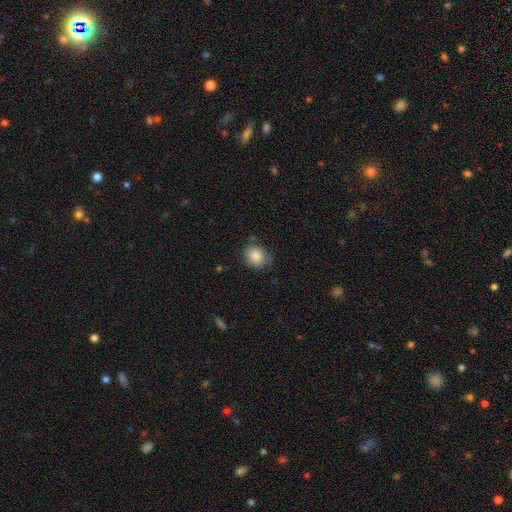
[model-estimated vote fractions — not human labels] This appears to be a smooth galaxy with no disk features (85%) that is round (64%). Merging: none (72%).